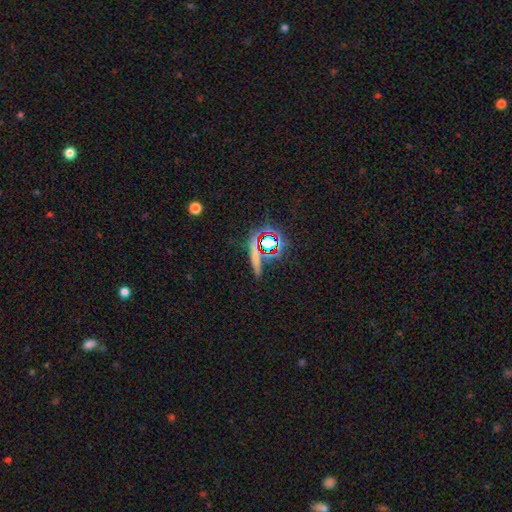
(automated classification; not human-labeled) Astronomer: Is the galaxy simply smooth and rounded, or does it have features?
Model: smooth — 46% (runner-up: star or artifact, 34%).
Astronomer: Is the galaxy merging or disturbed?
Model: none — 78%.